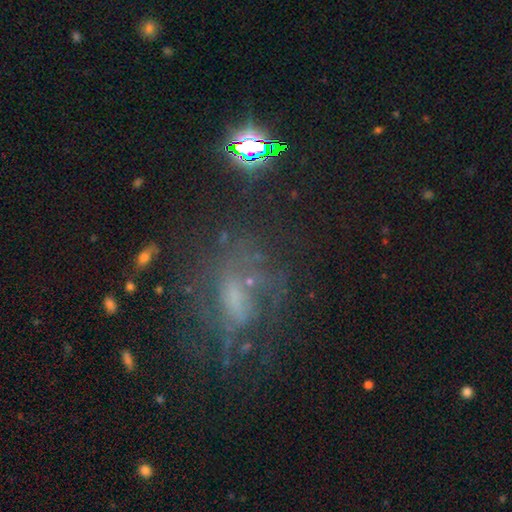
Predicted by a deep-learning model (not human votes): Smooth or featured: featured or disk — 51% (star or artifact — 27%)
Edge-on disk: no — 93% (yes — 7%)
Merging: none — 55% (major disturbance — 22%)